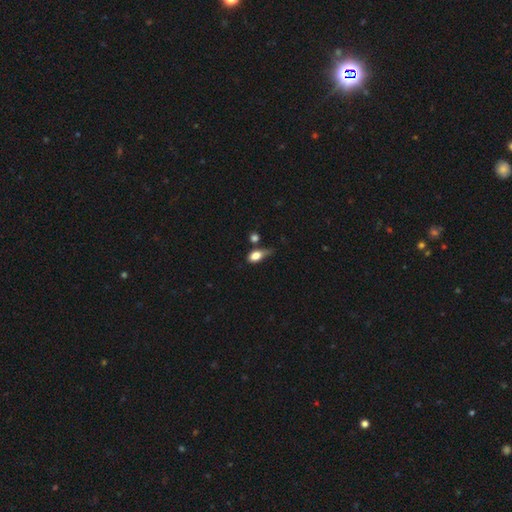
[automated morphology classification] Overall: smooth (78%). How rounded: in between (79%). Merging: none (35%; minor disturbance 34%).